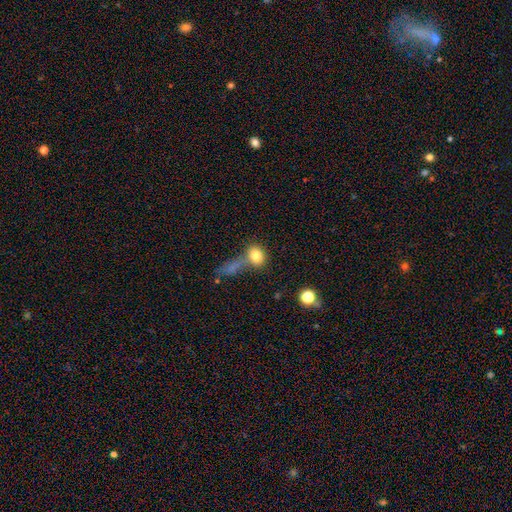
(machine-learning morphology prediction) A smooth galaxy with no disk features (80%) that is round (56%).

Vote fractions:
- Smooth or featured? smooth: 80% / star or artifact: 10% / featured or disk: 10%
- How rounded? round: 56% / in between: 41% / cigar-shaped: 3%
- Merging? none: 50% / merger: 30% / minor disturbance: 12% / major disturbance: 8%